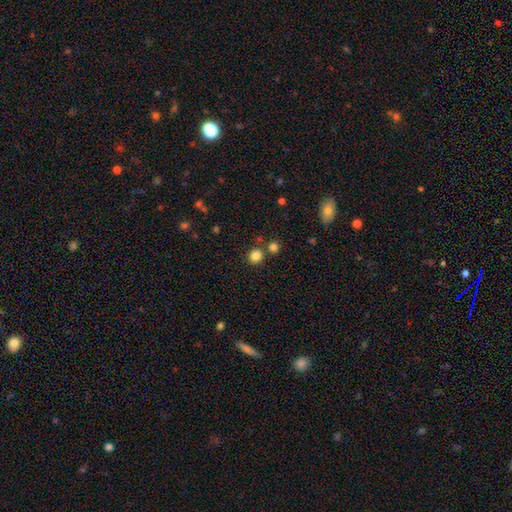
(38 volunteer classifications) A smooth galaxy with no disk features (82%) that is round (87%).

Vote fractions:
- Smooth or featured? smooth: 82% / featured or disk: 11% / star or artifact: 8%
- How rounded? round: 87% / in between: 13% / cigar-shaped: 0%
- Merging? none: 66% / minor disturbance: 23% / merger: 11% / major disturbance: 0%